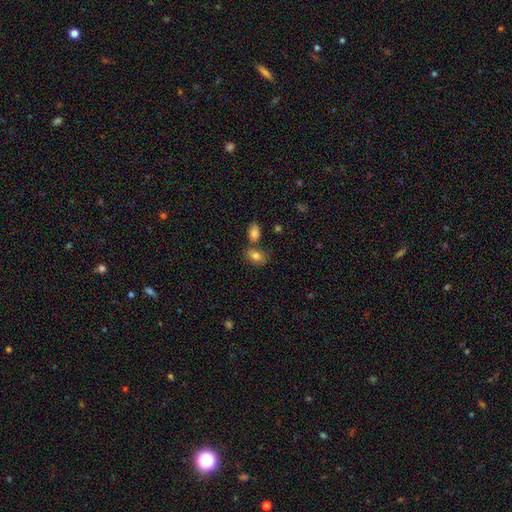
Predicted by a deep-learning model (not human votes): Overall: smooth (80%). How rounded: in between (85%). Merging: none (60%; merger 23%).